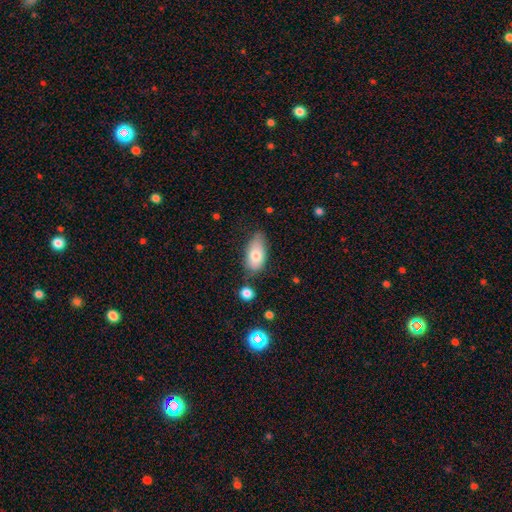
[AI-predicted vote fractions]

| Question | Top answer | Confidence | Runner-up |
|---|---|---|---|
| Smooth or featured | smooth | 75% | featured or disk (18%) |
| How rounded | in between | 91% | cigar-shaped (5%) |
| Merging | none | 62% | minor disturbance (27%) |